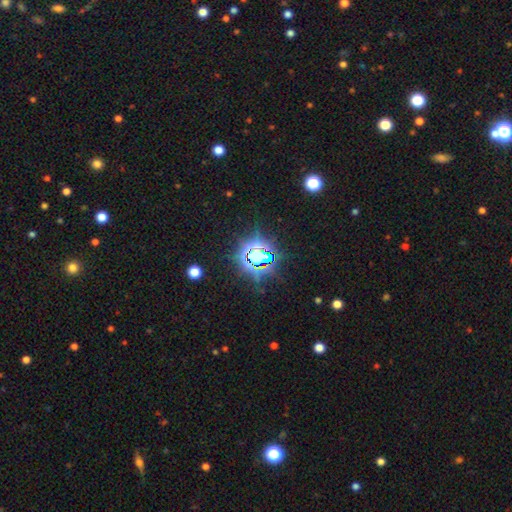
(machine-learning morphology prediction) A star or artifact, not a galaxy (76%).

Vote fractions:
- Smooth or featured? star or artifact: 76% / smooth: 15% / featured or disk: 10%